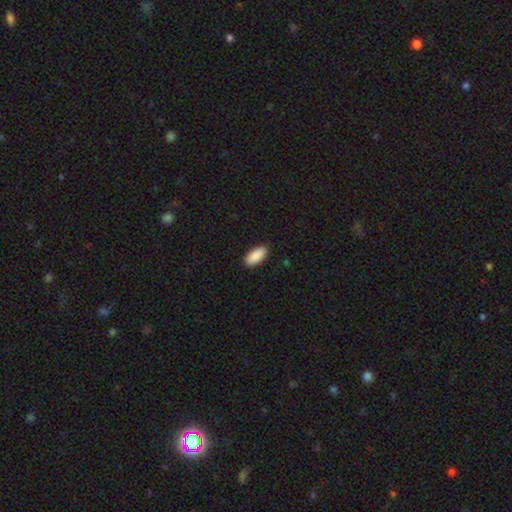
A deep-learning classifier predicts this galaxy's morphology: Smooth or featured?
  - smooth: 91% *
  - star or artifact: 6%
  - featured or disk: 3%
How rounded?
  - in between: 89% *
  - cigar-shaped: 9%
  - round: 2%
Merging?
  - none: 90% *
  - minor disturbance: 7%
  - major disturbance: 2%
  - merger: 1%